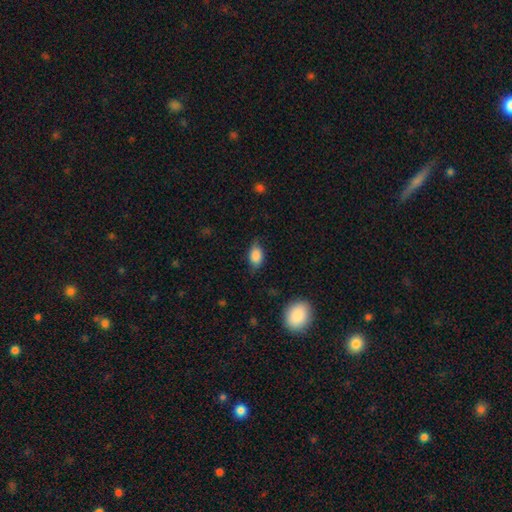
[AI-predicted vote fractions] Smooth or featured? smooth (84%)
How rounded? in between (85%)
Merging? none (68%)